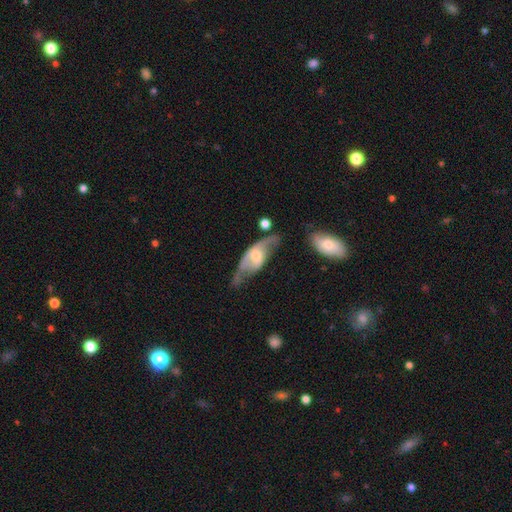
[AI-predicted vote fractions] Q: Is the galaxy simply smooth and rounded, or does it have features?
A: featured or disk — 69%.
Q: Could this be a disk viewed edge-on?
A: no — 73%.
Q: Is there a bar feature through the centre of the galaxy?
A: no — 55%.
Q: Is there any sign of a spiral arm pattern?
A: yes — 67%.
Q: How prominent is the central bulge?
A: moderate — 56%.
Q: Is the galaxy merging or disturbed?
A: none — 42%.